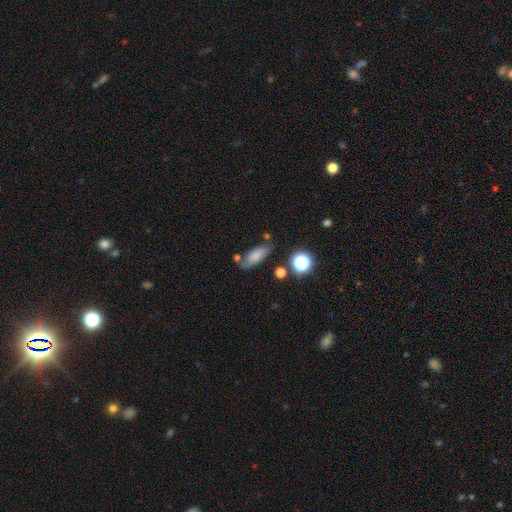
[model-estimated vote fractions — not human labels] Smooth or featured: smooth — 77% (featured or disk — 13%)
How rounded: in between — 72% (cigar-shaped — 23%)
Merging: none — 70% (minor disturbance — 17%)